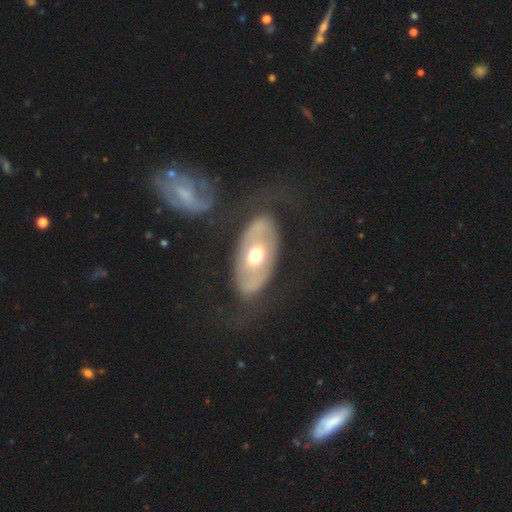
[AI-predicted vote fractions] smooth_or_featured: featured or disk (p=0.58) [alt: smooth p=0.36]
disk_edge_on: no (p=0.89) [alt: yes p=0.11]
bar: no (p=0.77) [alt: weak p=0.15]
has_spiral_arms: no (p=0.70) [alt: yes p=0.30]
bulge_size: moderate (p=0.72) [alt: large p=0.18]
merging: none (p=0.69) [alt: minor disturbance p=0.15]